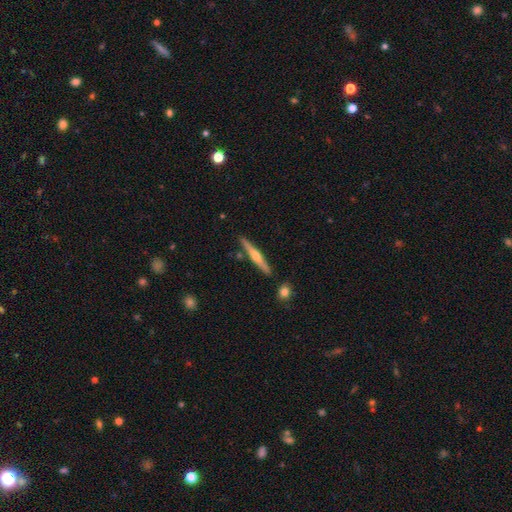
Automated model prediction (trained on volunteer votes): This appears to be a featured or disk galaxy (67%) viewed edge-on (97%) with a rounded central bulge (86%). Merging: none (87%).